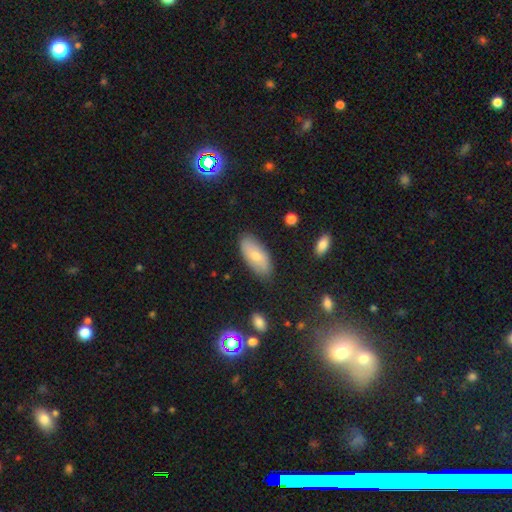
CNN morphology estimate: Smooth or featured: smooth — 69% (featured or disk — 24%)
How rounded: in between — 88% (cigar-shaped — 9%)
Merging: none — 83% (minor disturbance — 13%)